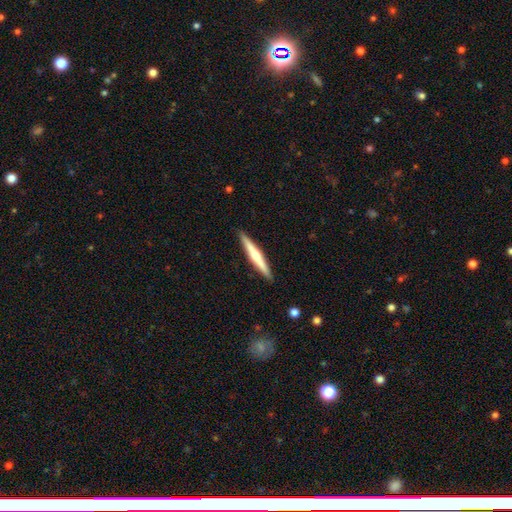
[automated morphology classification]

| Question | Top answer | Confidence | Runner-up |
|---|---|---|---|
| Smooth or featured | featured or disk | 54% | smooth (41%) |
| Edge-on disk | yes | 97% | no (3%) |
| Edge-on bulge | rounded | 74% | none (22%) |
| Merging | none | 92% | minor disturbance (6%) |